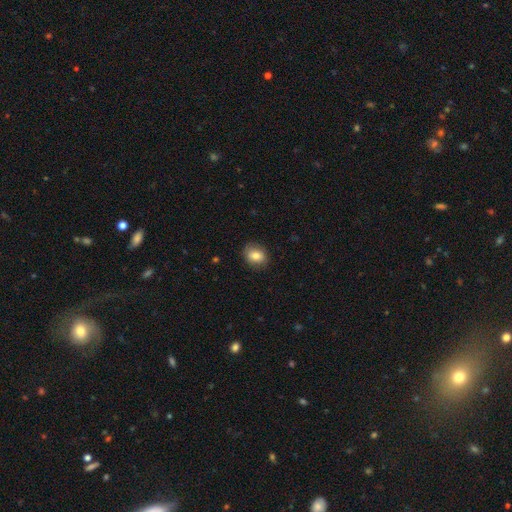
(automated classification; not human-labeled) This appears to be a smooth galaxy with no disk features (80%) that is round (55%). Merging: none (84%).